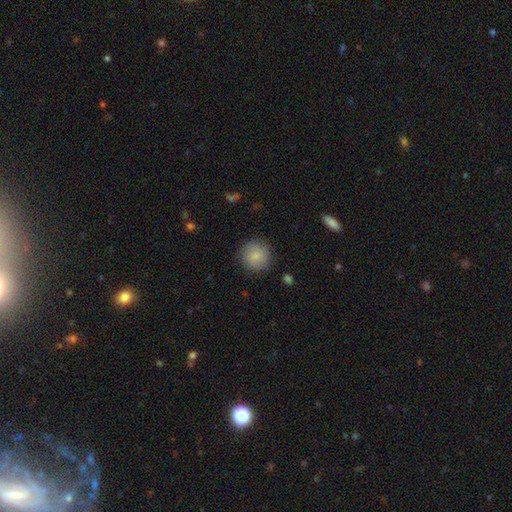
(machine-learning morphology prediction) Q: Smooth or featured?
A: smooth (84%); runner-up: featured or disk (9%)
Q: How rounded?
A: round (93%); runner-up: in between (6%)
Q: Merging?
A: none (87%); runner-up: minor disturbance (10%)